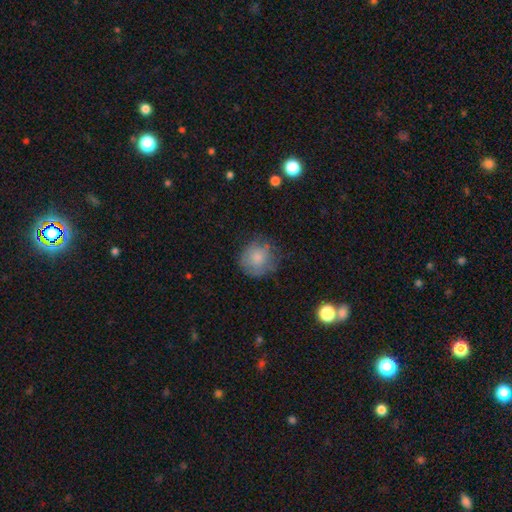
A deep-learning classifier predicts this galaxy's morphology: Q: Smooth or featured?
A: smooth (77%); runner-up: featured or disk (14%)
Q: How rounded?
A: round (88%); runner-up: in between (11%)
Q: Merging?
A: none (68%); runner-up: minor disturbance (22%)